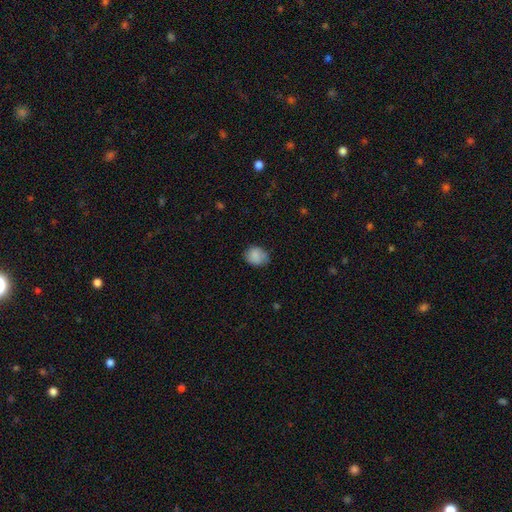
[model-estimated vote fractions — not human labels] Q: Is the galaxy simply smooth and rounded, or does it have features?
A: smooth — 83%.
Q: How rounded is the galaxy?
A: round — 57%.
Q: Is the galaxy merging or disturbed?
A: none — 66%.